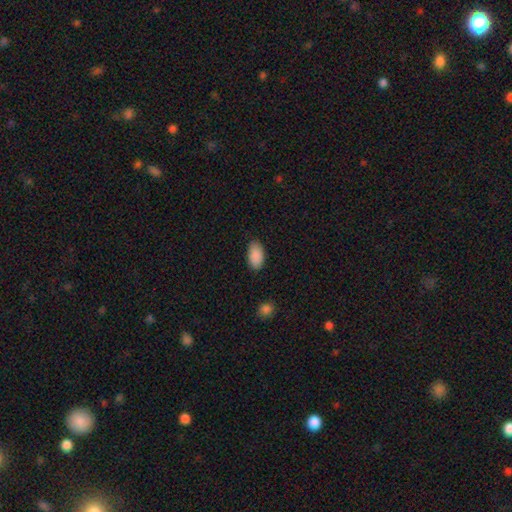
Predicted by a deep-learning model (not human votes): Overall: smooth (90%). How rounded: in between (94%). Merging: none (84%).